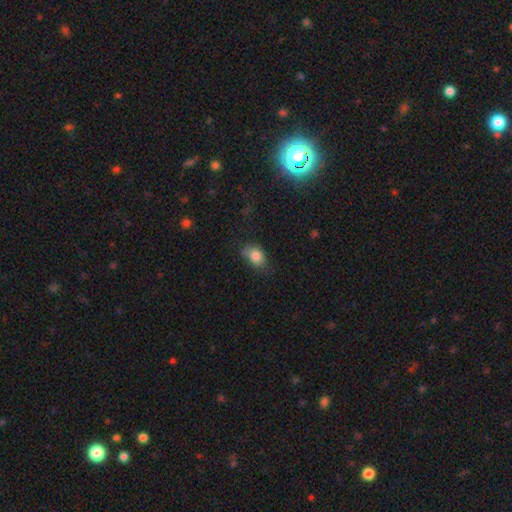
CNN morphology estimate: Q: Smooth or featured?
A: smooth (83%); runner-up: star or artifact (9%)
Q: How rounded?
A: in between (75%); runner-up: round (23%)
Q: Merging?
A: none (58%); runner-up: minor disturbance (31%)